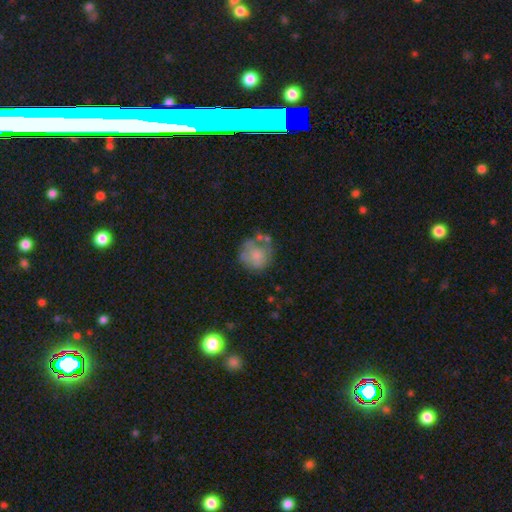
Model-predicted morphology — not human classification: This is likely a smooth galaxy (62%). How rounded: clearly round (85%). Merging: possibly none (49%).